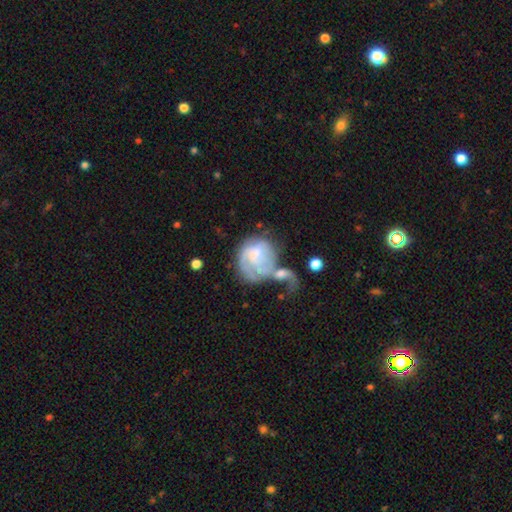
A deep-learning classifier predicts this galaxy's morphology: Overall: featured or disk (64%; smooth 29%). Edge-on disk: no (98%). Bar: no (66%; weak 28%). Spiral arms: yes (73%). Bulge size: none (33%; small 31%). Merging: merger (42%; major disturbance 28%).